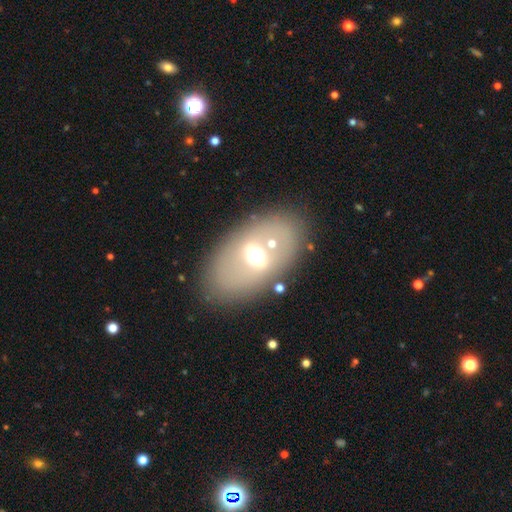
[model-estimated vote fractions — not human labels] Smooth or featured: featured or disk — 46% (smooth — 42%)
Merging: none — 79% (minor disturbance — 10%)